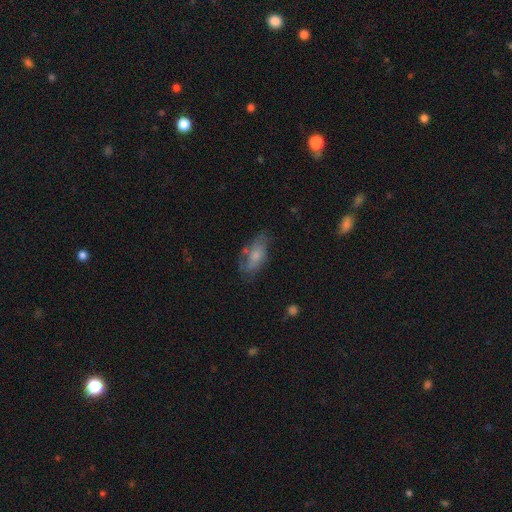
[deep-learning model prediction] smooth-or-featured: smooth: 60% | featured or disk: 32% | star or artifact: 8%
  how-rounded: in between: 85% | cigar-shaped: 11% | round: 4%
  merging: none: 50% | minor disturbance: 29% | major disturbance: 14% | merger: 6%